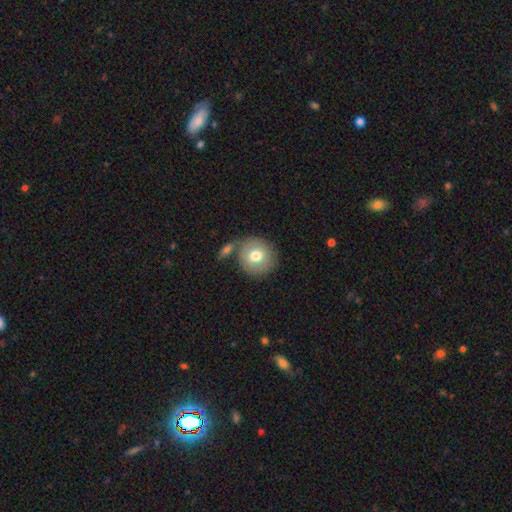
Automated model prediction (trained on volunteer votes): A smooth galaxy with no disk features (73%) that is round (90%). Merging: none (67%).